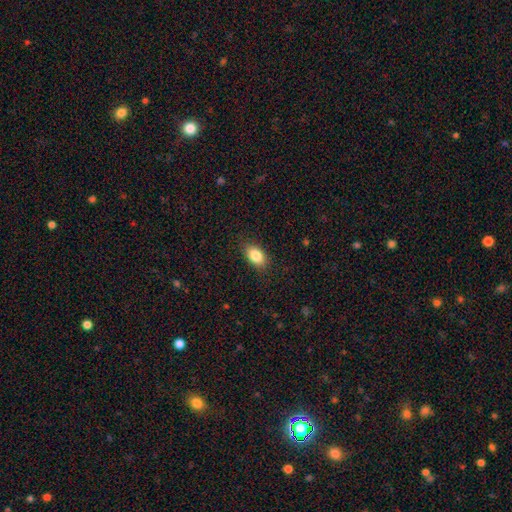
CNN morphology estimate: Smooth or featured?
  - smooth: 85% *
  - star or artifact: 8%
  - featured or disk: 8%
How rounded?
  - in between: 90% *
  - round: 8%
  - cigar-shaped: 2%
Merging?
  - none: 86% *
  - minor disturbance: 10%
  - major disturbance: 3%
  - merger: 1%